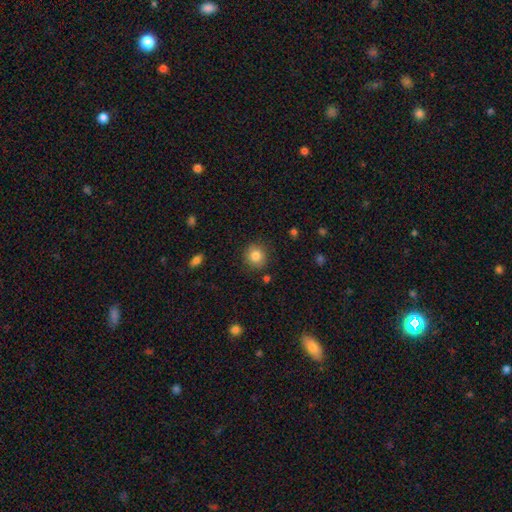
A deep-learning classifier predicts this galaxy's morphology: Smooth or featured?
  - smooth: 83% *
  - star or artifact: 10%
  - featured or disk: 7%
How rounded?
  - round: 89% *
  - in between: 10%
  - cigar-shaped: 1%
Merging?
  - none: 88% *
  - minor disturbance: 8%
  - major disturbance: 2%
  - merger: 2%